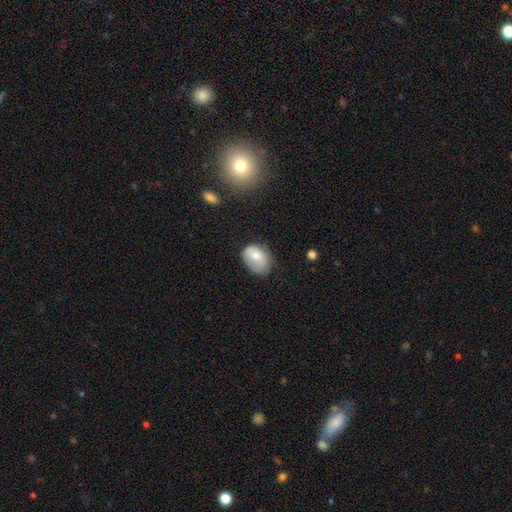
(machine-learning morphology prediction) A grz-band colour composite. It shows a smooth galaxy with no disk features (73%) that is in between round and cigar-shaped (71%). Merging: none (54%).